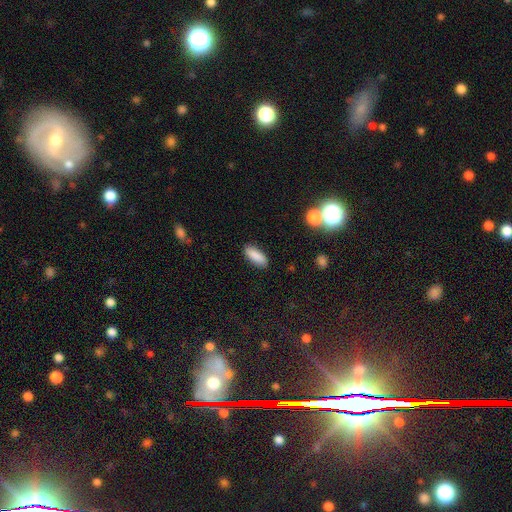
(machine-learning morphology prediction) The model was most divided on "how rounded": in between: 71%, cigar-shaped: 27%, round: 2%. More confident: merging — none (88%); smooth or featured — smooth (87%).